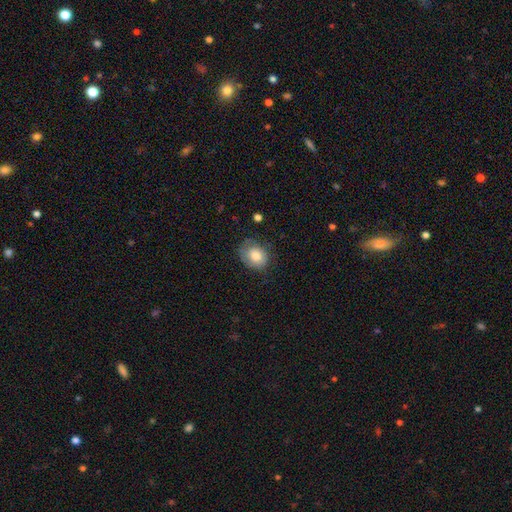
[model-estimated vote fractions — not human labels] A smooth galaxy with no disk features (74%) that is in between round and cigar-shaped (51%). Merging: none (62%).